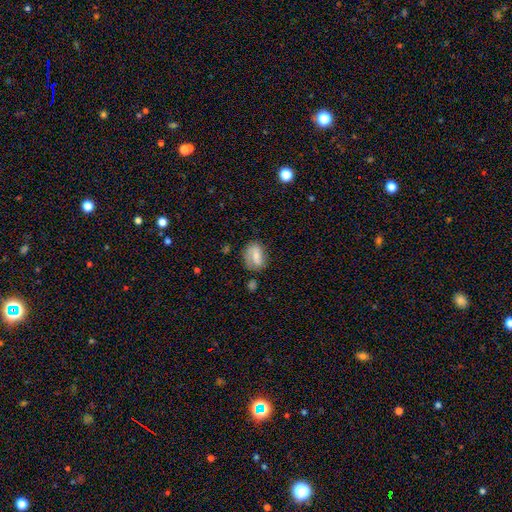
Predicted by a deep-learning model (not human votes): This is possibly a smooth galaxy (48%). Merging: likely none (61%).